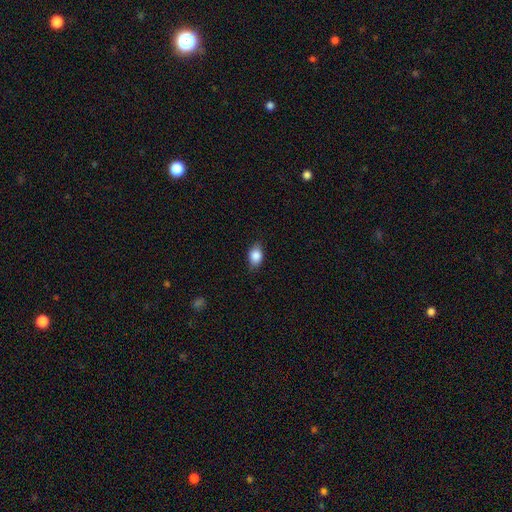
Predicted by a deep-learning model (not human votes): The model was most divided on "how rounded": in between: 79%, round: 18%, cigar-shaped: 2%. More confident: smooth or featured — smooth (85%); merging — none (81%).